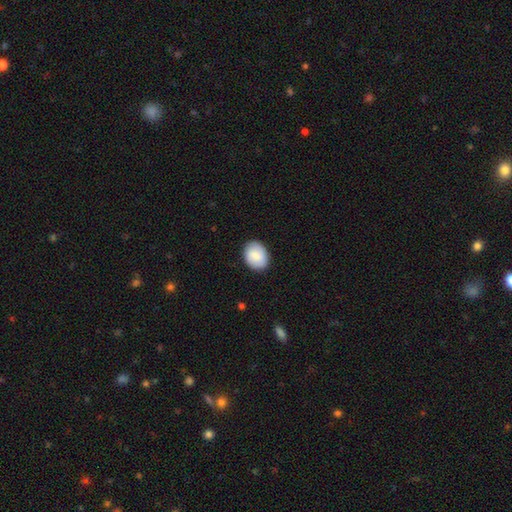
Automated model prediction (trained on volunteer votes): smooth 81%, featured or disk 13%, star or artifact 6%. Down the decision tree: how rounded — in between (60%); merging — none (86%).